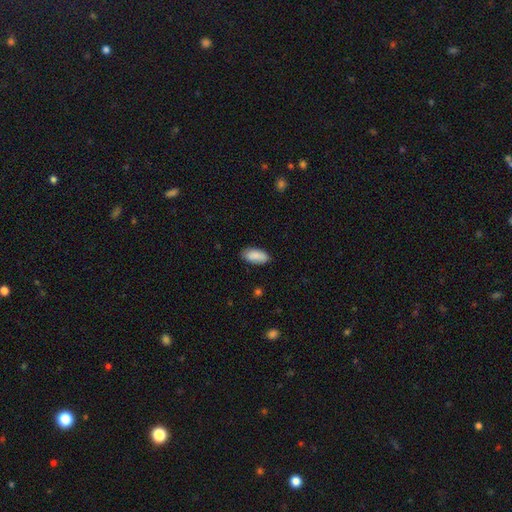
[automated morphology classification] This is clearly a smooth galaxy (89%). How rounded: clearly in between (89%). Merging: clearly none (83%).